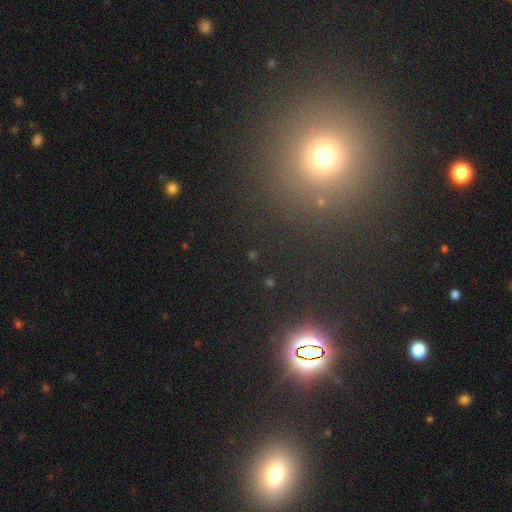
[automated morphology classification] Smooth or featured? Predicted: star or artifact (p=0.54).